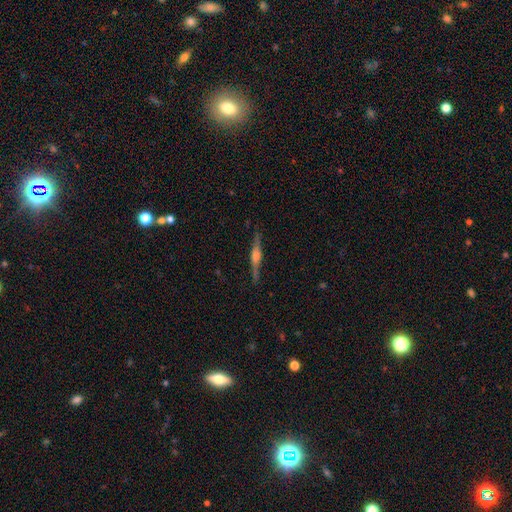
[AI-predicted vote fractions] Smooth or featured?
  - featured or disk: 77% *
  - smooth: 17%
  - star or artifact: 6%
Edge-on disk?
  - yes: 98% *
  - no: 2%
Edge-on bulge?
  - rounded: 77% *
  - boxy: 19%
  - none: 4%
Merging?
  - none: 88% *
  - minor disturbance: 9%
  - major disturbance: 2%
  - merger: 1%